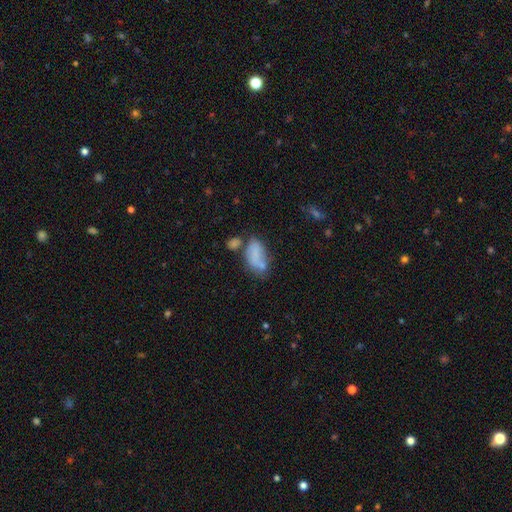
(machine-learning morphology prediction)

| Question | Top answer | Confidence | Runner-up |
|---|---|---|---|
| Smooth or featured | smooth | 68% | featured or disk (21%) |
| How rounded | in between | 90% | round (6%) |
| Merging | none | 33% | merger (28%) |